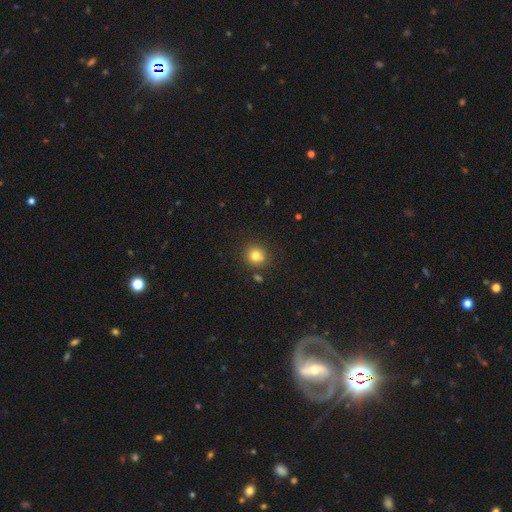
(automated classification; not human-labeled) A smooth galaxy with no disk features (79%) that is round (89%).

Vote fractions:
- Smooth or featured? smooth: 79% / star or artifact: 13% / featured or disk: 8%
- How rounded? round: 89% / in between: 10% / cigar-shaped: 1%
- Merging? none: 79% / minor disturbance: 10% / merger: 9% / major disturbance: 3%